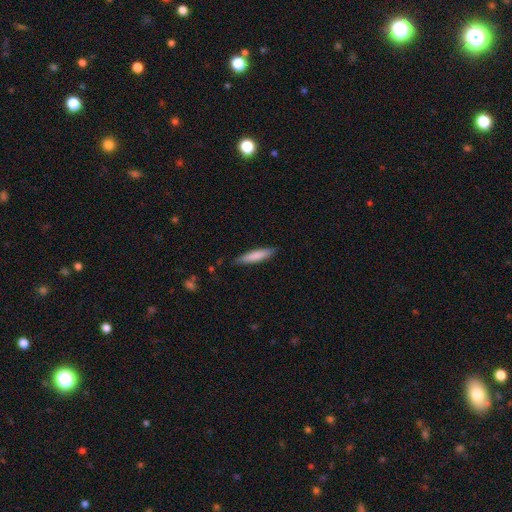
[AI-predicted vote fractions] A smooth galaxy with no disk features (80%) that is cigar-shaped (82%).

Vote fractions:
- Smooth or featured? smooth: 80% / featured or disk: 14% / star or artifact: 6%
- How rounded? cigar-shaped: 82% / in between: 17% / round: 1%
- Merging? none: 84% / minor disturbance: 13% / major disturbance: 2% / merger: 1%